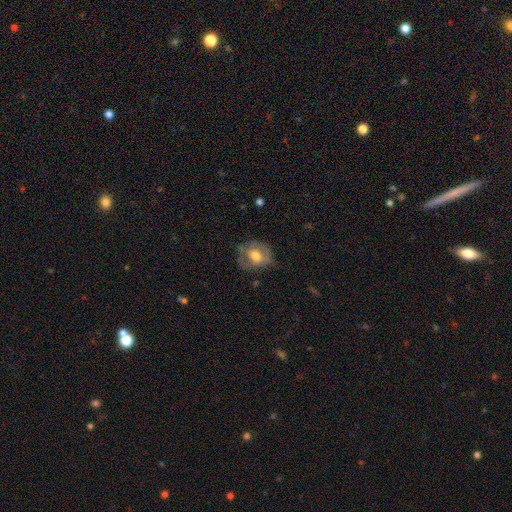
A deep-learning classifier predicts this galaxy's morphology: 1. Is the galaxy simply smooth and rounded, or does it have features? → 48% smooth, 45% featured or disk, 7% star or artifact.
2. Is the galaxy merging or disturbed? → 59% none, 26% minor disturbance, 13% major disturbance, 2% merger.